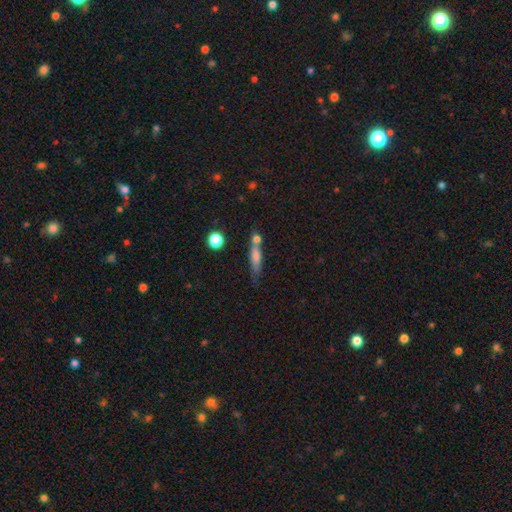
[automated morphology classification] smooth-or-featured: smooth: 67% | featured or disk: 24% | star or artifact: 9%
  how-rounded: cigar-shaped: 75% | in between: 21% | round: 5%
  merging: none: 54% | merger: 23% | minor disturbance: 17% | major disturbance: 6%